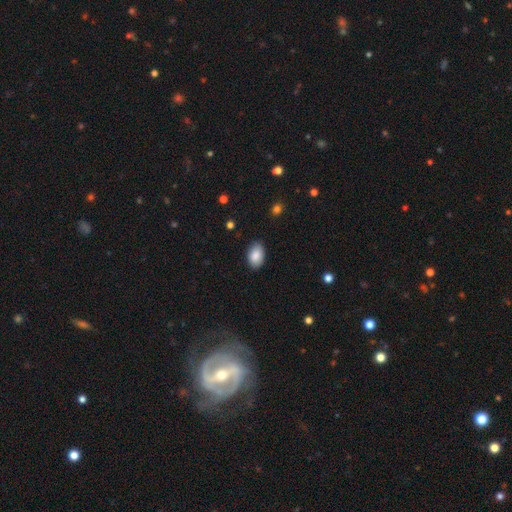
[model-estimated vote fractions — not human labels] This appears to be a smooth galaxy with no disk features (88%) that is in between round and cigar-shaped (90%). Merging: none (86%).